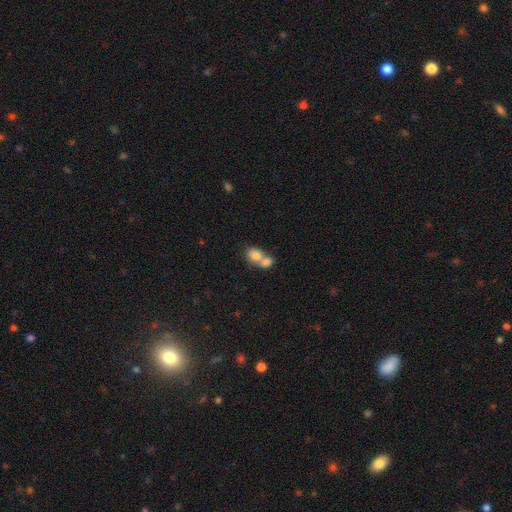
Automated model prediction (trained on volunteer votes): Smooth or featured: smooth — 79% (featured or disk — 13%)
How rounded: in between — 53% (round — 46%)
Merging: merger — 70% (none — 21%)